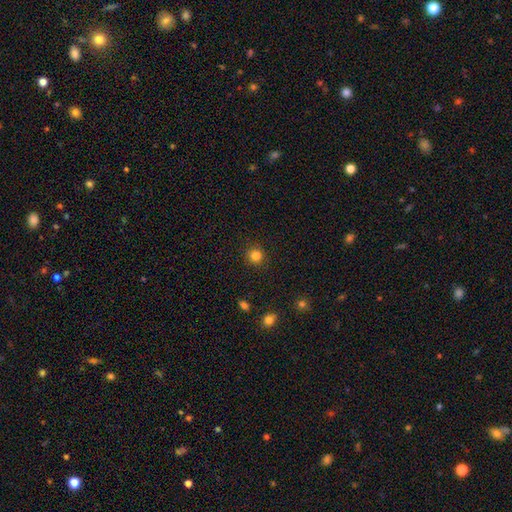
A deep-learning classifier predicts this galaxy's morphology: Overall: smooth (83%). How rounded: round (92%). Merging: none (90%).